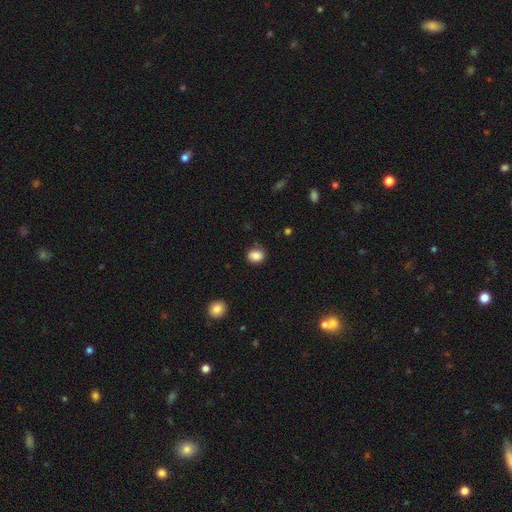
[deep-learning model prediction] Smooth or featured?
  - smooth: 87% *
  - star or artifact: 9%
  - featured or disk: 4%
How rounded?
  - round: 60% *
  - in between: 39%
  - cigar-shaped: 1%
Merging?
  - none: 83% *
  - minor disturbance: 13%
  - major disturbance: 3%
  - merger: 1%